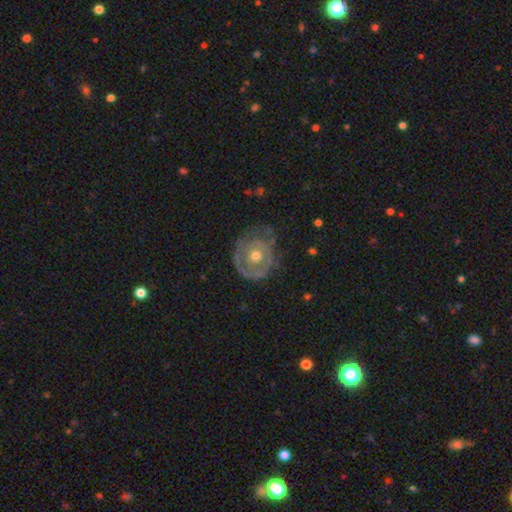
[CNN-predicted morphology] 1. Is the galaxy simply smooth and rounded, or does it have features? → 66% featured or disk, 28% smooth, 6% star or artifact.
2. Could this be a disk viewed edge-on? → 96% no, 4% yes.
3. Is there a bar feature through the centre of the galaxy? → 87% no, 10% weak, 3% strong.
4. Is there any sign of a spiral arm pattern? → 55% no, 45% yes.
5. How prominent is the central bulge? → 72% moderate, 22% small, 4% large, 1% none, 1% dominant.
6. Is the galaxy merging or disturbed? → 52% none, 28% minor disturbance, 18% major disturbance, 2% merger.